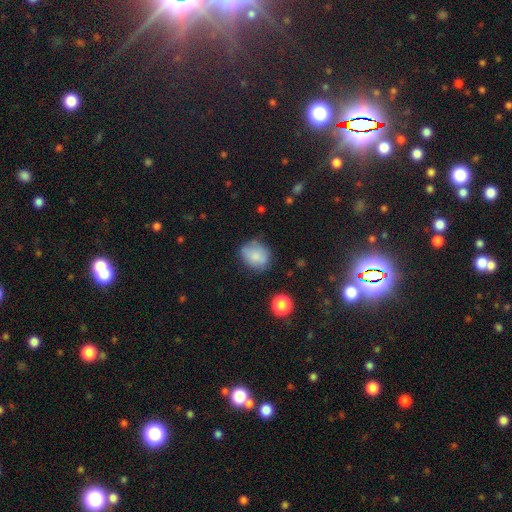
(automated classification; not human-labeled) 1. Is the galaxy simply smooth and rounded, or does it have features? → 80% smooth, 11% featured or disk, 9% star or artifact.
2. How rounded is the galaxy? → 55% round, 44% in between, 1% cigar-shaped.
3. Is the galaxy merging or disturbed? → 67% none, 24% minor disturbance, 7% major disturbance, 3% merger.